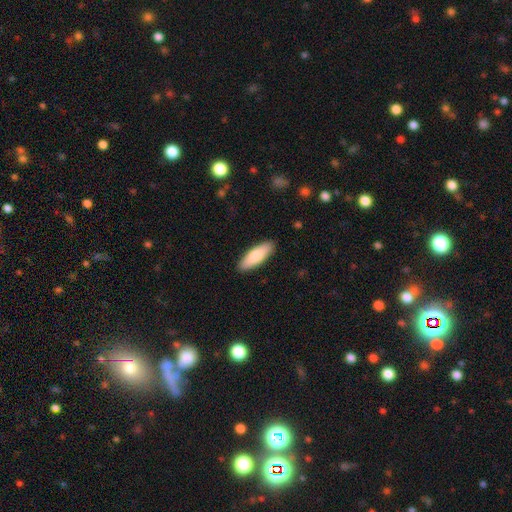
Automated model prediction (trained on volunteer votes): Smooth or featured?
  - smooth: 82% *
  - featured or disk: 13%
  - star or artifact: 5%
How rounded?
  - in between: 59% *
  - cigar-shaped: 39%
  - round: 2%
Merging?
  - none: 89% *
  - minor disturbance: 8%
  - major disturbance: 2%
  - merger: 1%